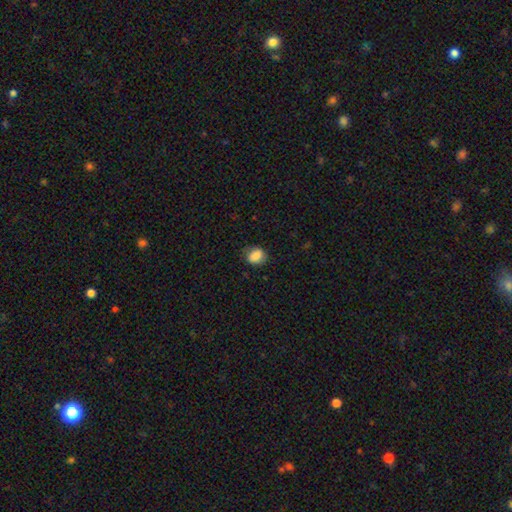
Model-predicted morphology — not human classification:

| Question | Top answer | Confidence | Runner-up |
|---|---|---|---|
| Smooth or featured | smooth | 83% | star or artifact (9%) |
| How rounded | in between | 56% | round (43%) |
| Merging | none | 73% | minor disturbance (20%) |